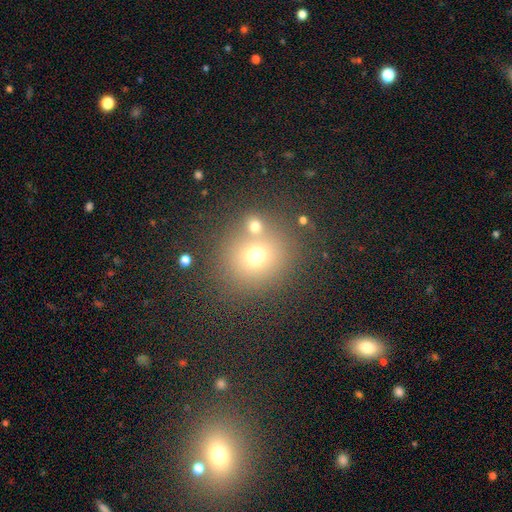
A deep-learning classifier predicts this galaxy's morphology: Smooth or featured? smooth (67%)
How rounded? round (87%)
Merging? none (67%)